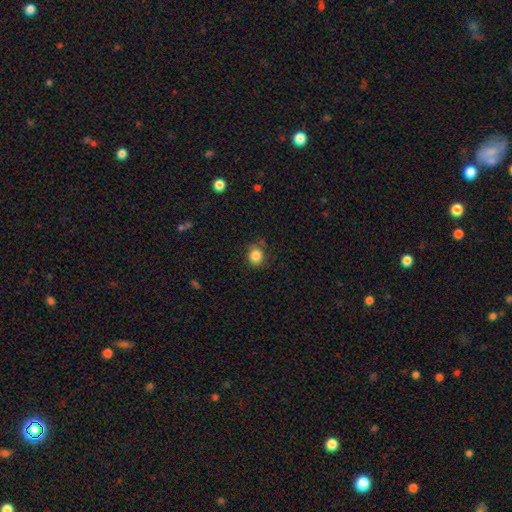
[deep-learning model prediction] smooth_or_featured: smooth (p=0.85) [alt: star or artifact p=0.10]
how_rounded: round (p=0.74) [alt: in between p=0.25]
merging: none (p=0.77) [alt: minor disturbance p=0.15]